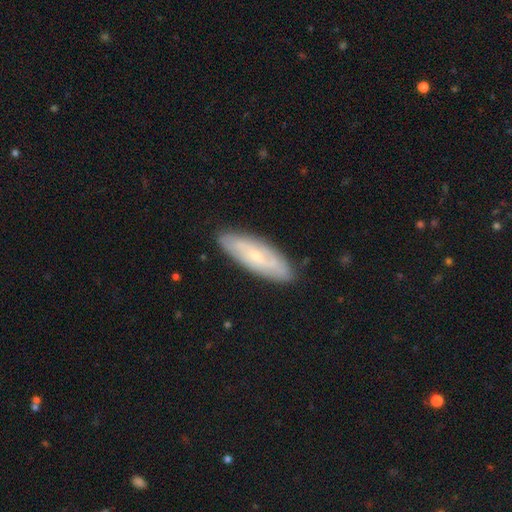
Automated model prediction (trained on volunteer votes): A featured or disk galaxy (56%).

Vote fractions:
- Smooth or featured? featured or disk: 56% / smooth: 37% / star or artifact: 6%
- Edge-on disk? no: 77% / yes: 23%
- Merging? none: 86% / minor disturbance: 11% / major disturbance: 2% / merger: 1%